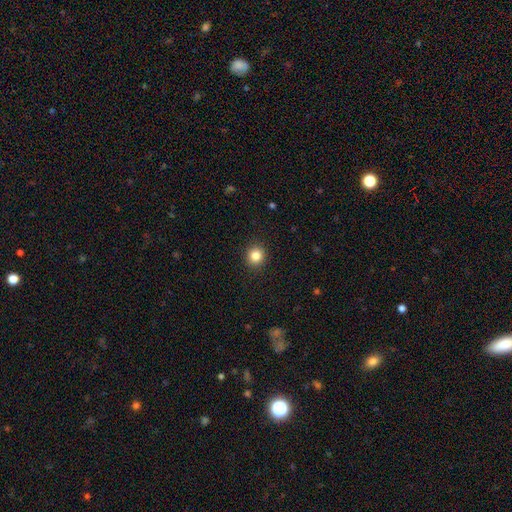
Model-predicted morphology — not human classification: A smooth galaxy with no disk features (84%) that is round (87%).

Vote fractions:
- Smooth or featured? smooth: 84% / star or artifact: 11% / featured or disk: 5%
- How rounded? round: 87% / in between: 12% / cigar-shaped: 1%
- Merging? none: 92% / minor disturbance: 6% / major disturbance: 2% / merger: 1%